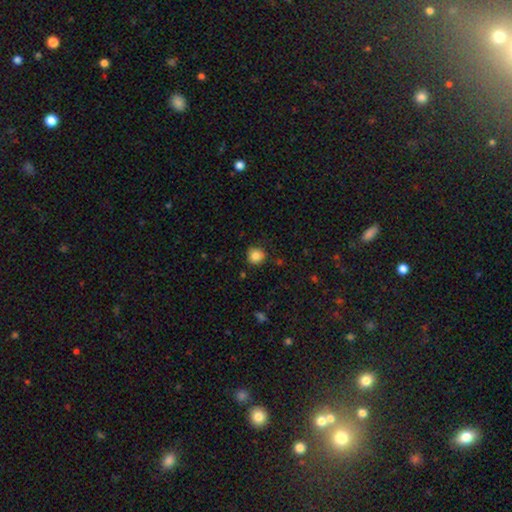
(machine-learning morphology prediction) Smooth or featured?
  - smooth: 85% *
  - star or artifact: 10%
  - featured or disk: 5%
How rounded?
  - round: 90% *
  - in between: 10%
  - cigar-shaped: 1%
Merging?
  - none: 85% *
  - minor disturbance: 11%
  - major disturbance: 3%
  - merger: 2%